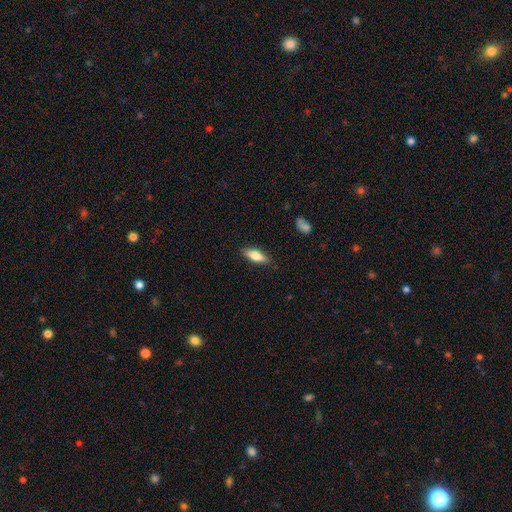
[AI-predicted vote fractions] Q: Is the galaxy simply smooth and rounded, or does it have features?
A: smooth — 73%.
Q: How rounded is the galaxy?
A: in between — 64%.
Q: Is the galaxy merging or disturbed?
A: none — 85%.